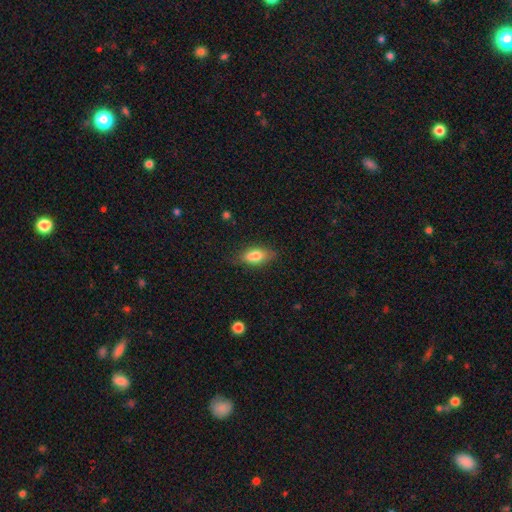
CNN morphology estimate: Q: Smooth or featured?
A: smooth (78%); runner-up: featured or disk (14%)
Q: How rounded?
A: in between (83%); runner-up: cigar-shaped (13%)
Q: Merging?
A: none (76%); runner-up: minor disturbance (18%)